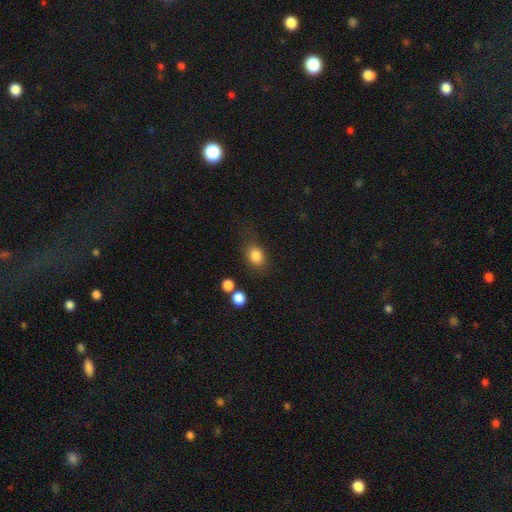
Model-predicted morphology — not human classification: Smooth or featured? smooth (83%)
How rounded? in between (60%)
Merging? none (67%)